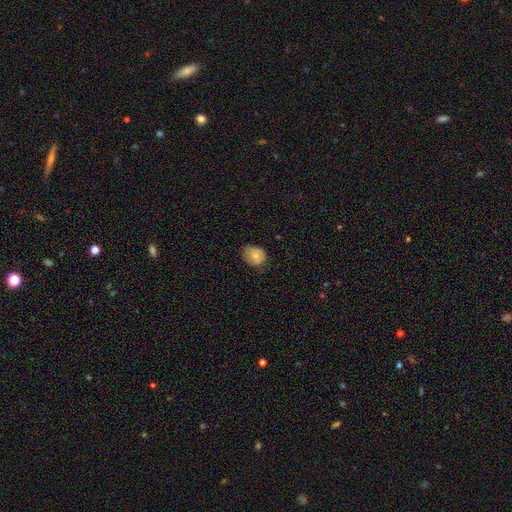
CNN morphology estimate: The model was most divided on "how rounded": in between: 52%, round: 47%, cigar-shaped: 1%. More confident: smooth or featured — smooth (80%); merging — none (66%).